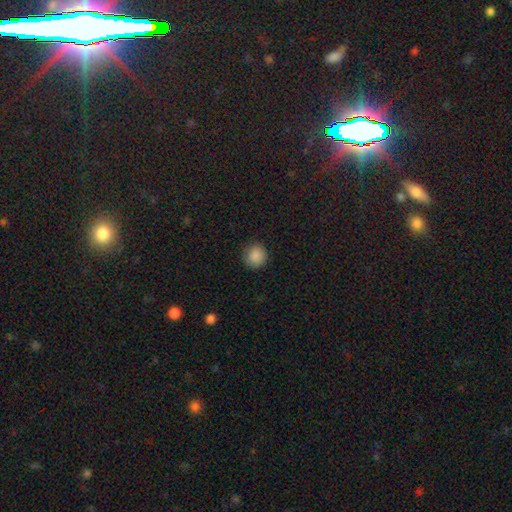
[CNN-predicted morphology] smooth-or-featured: smooth: 88% | star or artifact: 9% | featured or disk: 3%
  how-rounded: round: 91% | in between: 8% | cigar-shaped: 1%
  merging: none: 89% | minor disturbance: 8% | major disturbance: 2% | merger: 1%